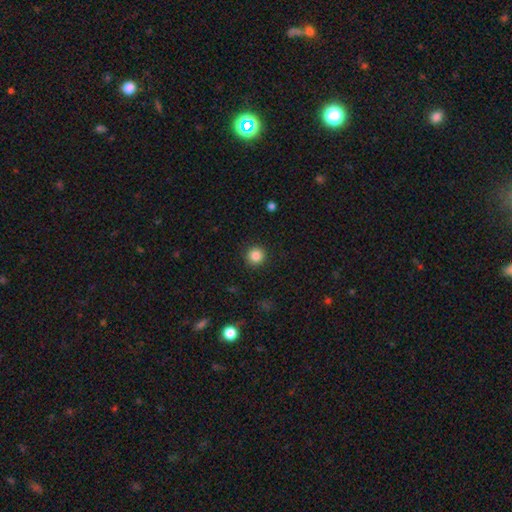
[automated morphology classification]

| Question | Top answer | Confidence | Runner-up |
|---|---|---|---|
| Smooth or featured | smooth | 86% | star or artifact (11%) |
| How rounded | round | 95% | in between (4%) |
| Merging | none | 92% | minor disturbance (5%) |